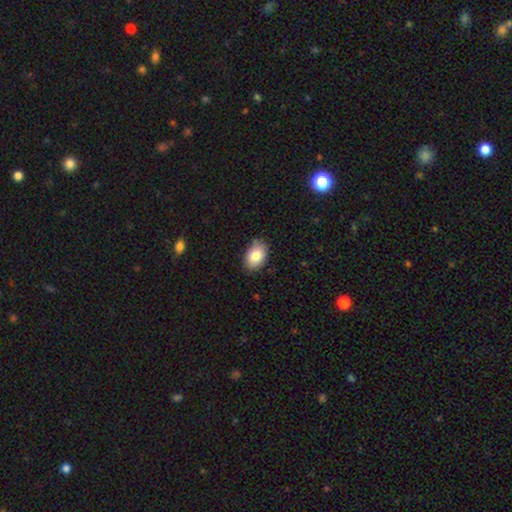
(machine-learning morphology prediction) Overall: smooth (82%). How rounded: in between (84%). Merging: none (81%).